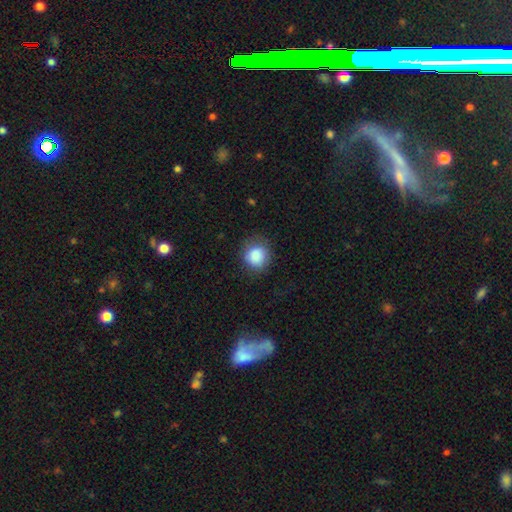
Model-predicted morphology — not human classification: Smooth or featured? Predicted: smooth (p=0.87). How rounded? Predicted: round (p=0.87). Merging? Predicted: none (p=0.79).